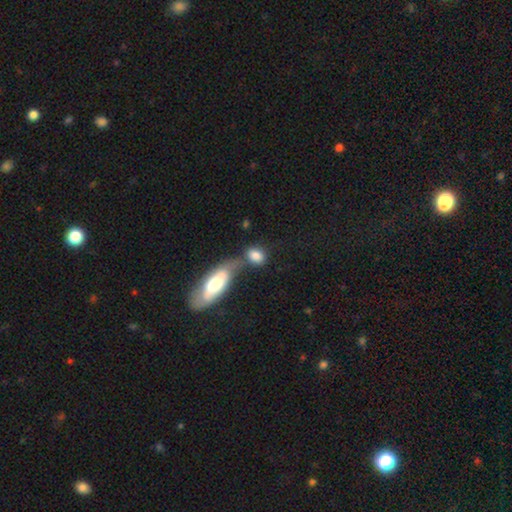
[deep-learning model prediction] Overall: smooth (80%). How rounded: in between (74%). Merging: merger (42%; none 36%).